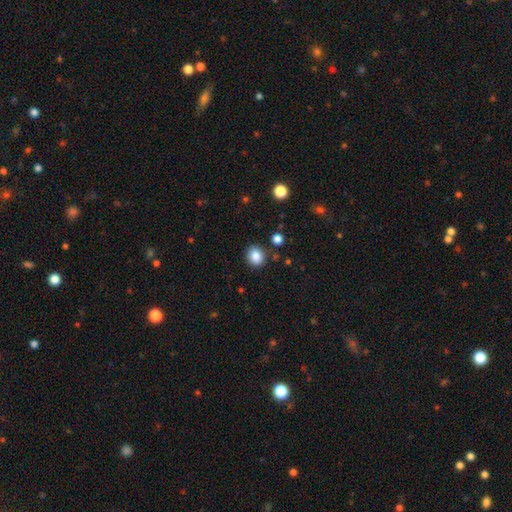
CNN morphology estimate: Smooth or featured: smooth — 86% (star or artifact — 10%)
How rounded: round — 66% (in between — 33%)
Merging: none — 87% (minor disturbance — 8%)